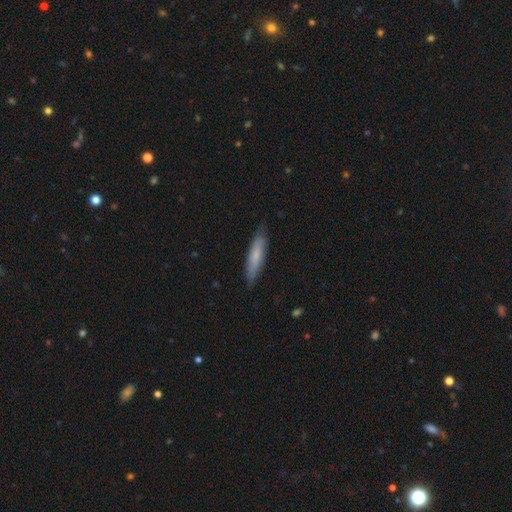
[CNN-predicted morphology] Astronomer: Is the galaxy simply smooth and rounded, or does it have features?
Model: smooth — 67%.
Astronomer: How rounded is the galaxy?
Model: cigar-shaped — 80%.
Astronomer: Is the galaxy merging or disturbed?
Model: none — 82%.